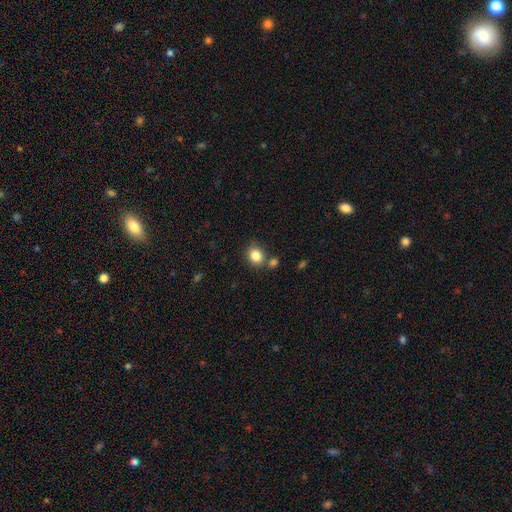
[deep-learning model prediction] A smooth galaxy with no disk features (84%) that is round (57%).

Vote fractions:
- Smooth or featured? smooth: 84% / star or artifact: 10% / featured or disk: 6%
- How rounded? round: 57% / in between: 43% / cigar-shaped: 1%
- Merging? none: 71% / merger: 14% / minor disturbance: 12% / major disturbance: 4%